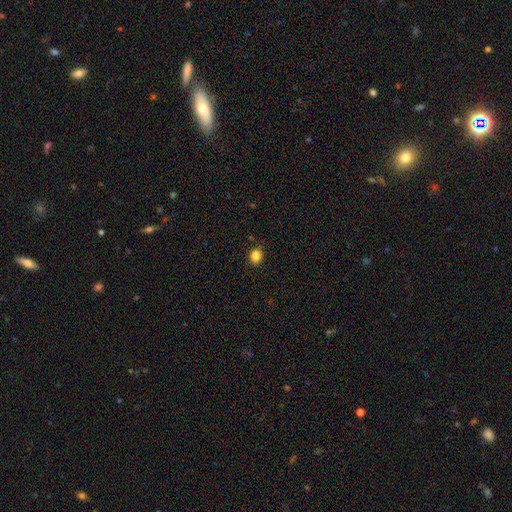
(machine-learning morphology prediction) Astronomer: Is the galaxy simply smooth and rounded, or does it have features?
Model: smooth — 84%.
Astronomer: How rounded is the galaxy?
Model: round — 68%.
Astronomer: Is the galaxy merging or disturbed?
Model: none — 88%.